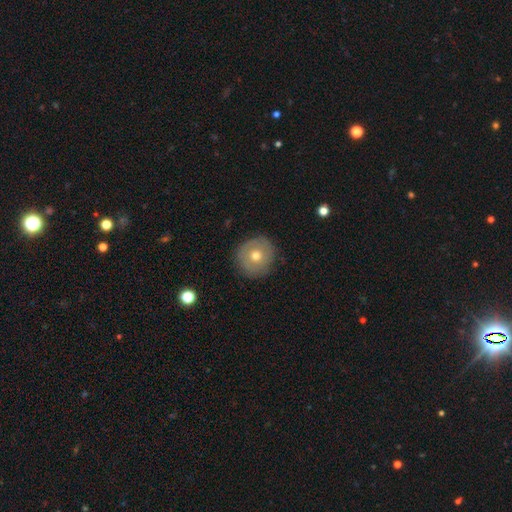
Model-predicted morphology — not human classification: This appears to be a smooth galaxy with no disk features (61%) that is round (92%). Merging: none (86%).